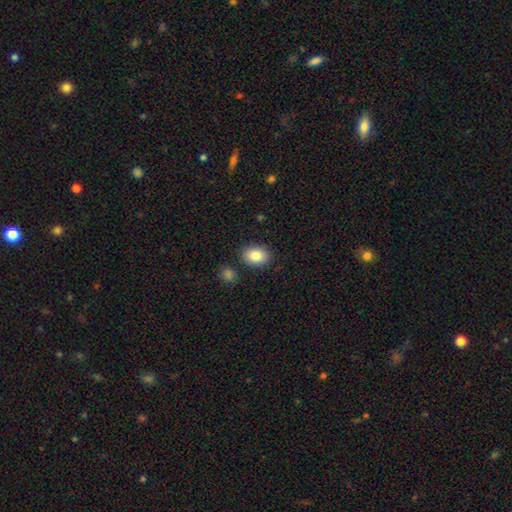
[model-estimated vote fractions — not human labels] A smooth galaxy with no disk features (84%) that is in between round and cigar-shaped (61%). Merging: none (86%).